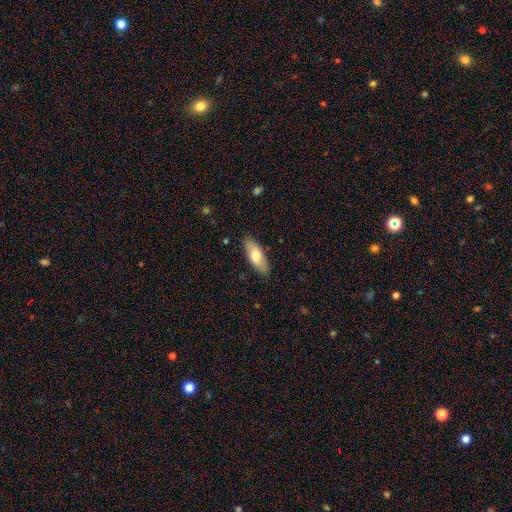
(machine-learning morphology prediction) smooth 72%, featured or disk 22%, star or artifact 5%. Down the decision tree: how rounded — in between (74%); merging — none (87%).